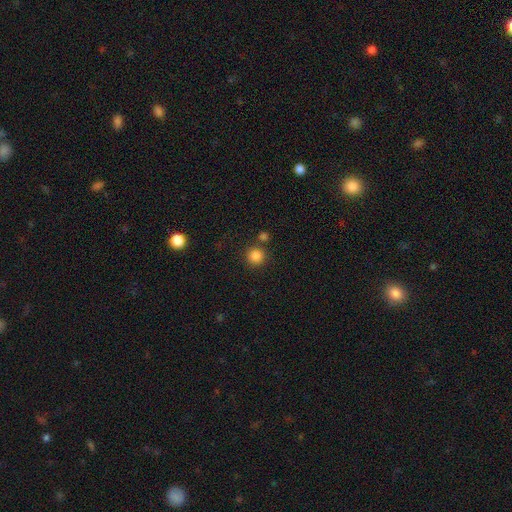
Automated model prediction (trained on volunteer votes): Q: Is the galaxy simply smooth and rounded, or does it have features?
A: smooth — 84%.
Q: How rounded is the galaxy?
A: round — 94%.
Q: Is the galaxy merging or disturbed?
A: none — 81%.